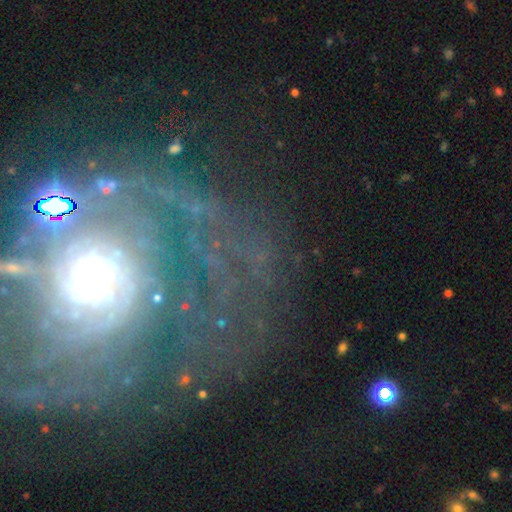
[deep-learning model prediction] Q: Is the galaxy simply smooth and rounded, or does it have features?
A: featured or disk — 79%.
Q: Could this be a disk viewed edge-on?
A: no — 96%.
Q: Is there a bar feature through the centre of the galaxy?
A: no — 74%.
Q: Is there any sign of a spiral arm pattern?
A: yes — 85%.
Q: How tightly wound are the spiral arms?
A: tight — 59%.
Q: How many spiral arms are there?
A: can't tell — 37%.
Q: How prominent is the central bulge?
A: small — 47%.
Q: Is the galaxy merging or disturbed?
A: none — 54%.